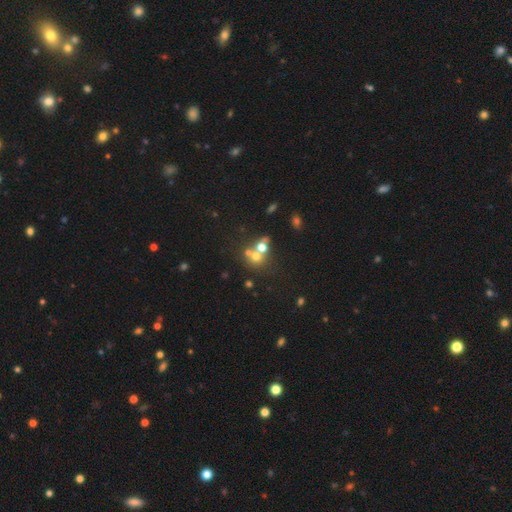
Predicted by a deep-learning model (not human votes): Smooth or featured? Predicted: smooth (p=0.57). How rounded? Predicted: round (p=0.76). Merging? Predicted: merger (p=0.51).